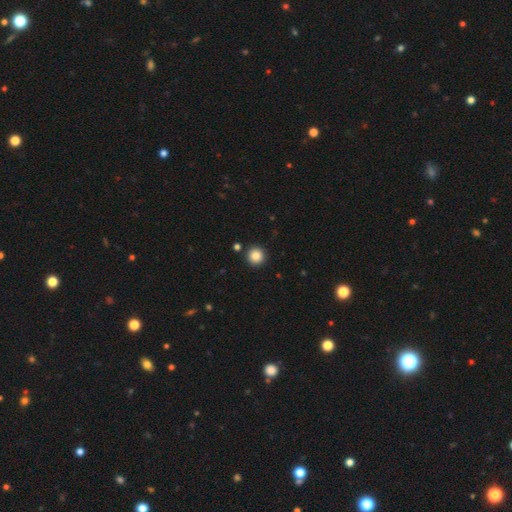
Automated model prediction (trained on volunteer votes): A smooth galaxy with no disk features (85%) that is round (96%). Merging: none (91%).